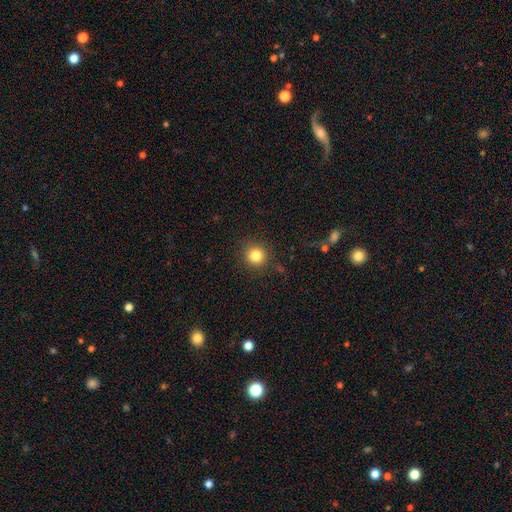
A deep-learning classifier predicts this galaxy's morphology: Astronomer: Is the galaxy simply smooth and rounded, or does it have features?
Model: smooth — 82%.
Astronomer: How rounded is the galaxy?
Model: round — 93%.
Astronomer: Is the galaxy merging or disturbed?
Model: none — 89%.